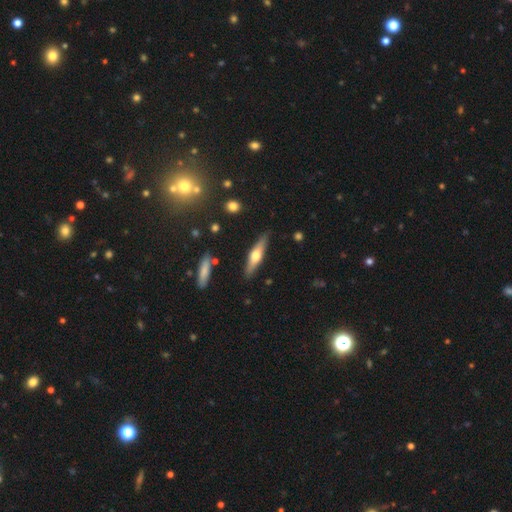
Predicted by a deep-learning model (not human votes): This is possibly a featured or disk galaxy (54%). It is clearly viewed edge-on (93%). Edge-on bulge: clearly rounded (92%). Merging: clearly none (86%).